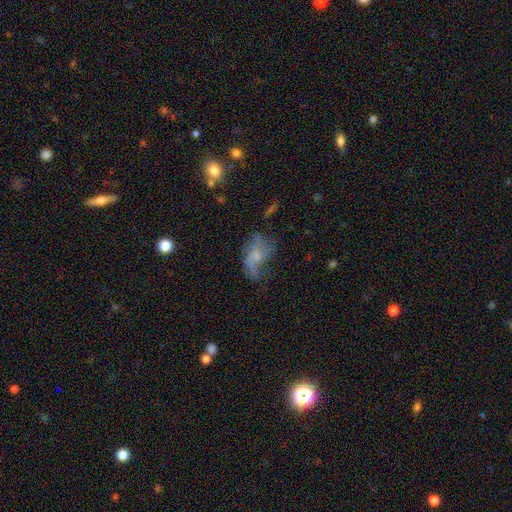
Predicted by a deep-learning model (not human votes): Smooth or featured? featured or disk (55%)
Edge-on disk? no (96%)
Bar? no (73%)
Spiral arms? yes (63%)
Bulge size? small (47%)
Merging? major disturbance (40%)